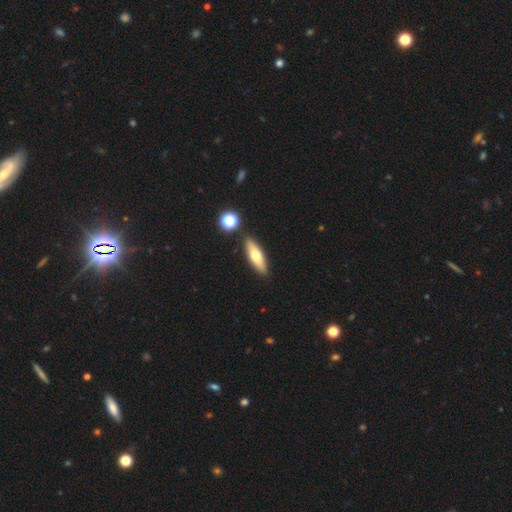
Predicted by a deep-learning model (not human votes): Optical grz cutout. It shows a smooth galaxy with no disk features (61%) that is cigar-shaped (51%). Merging: none (86%).